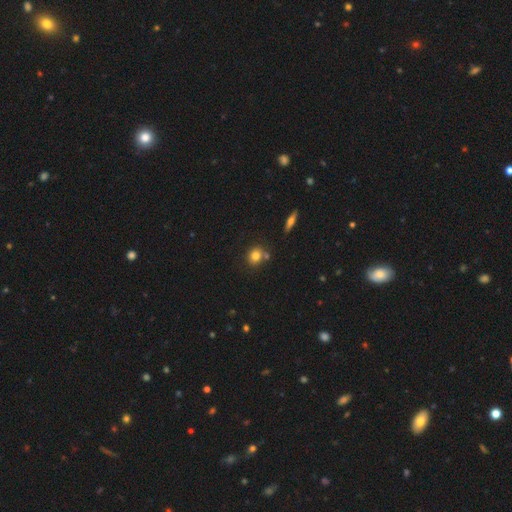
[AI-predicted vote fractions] Smooth or featured? smooth (79%)
How rounded? round (76%)
Merging? none (67%)